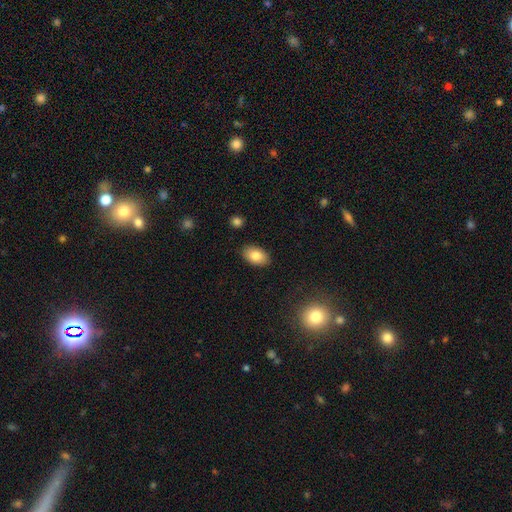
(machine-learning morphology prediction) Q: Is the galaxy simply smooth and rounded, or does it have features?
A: smooth — 83%.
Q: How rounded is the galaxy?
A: in between — 91%.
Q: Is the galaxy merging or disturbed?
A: none — 88%.